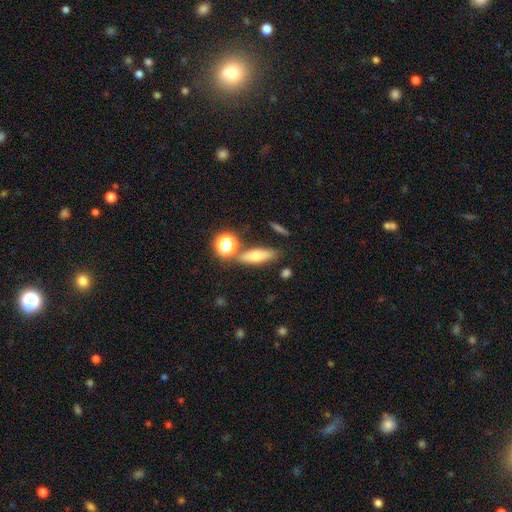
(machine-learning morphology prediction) Overall: smooth (66%). How rounded: cigar-shaped (47%; in between 44%). Merging: none (74%).